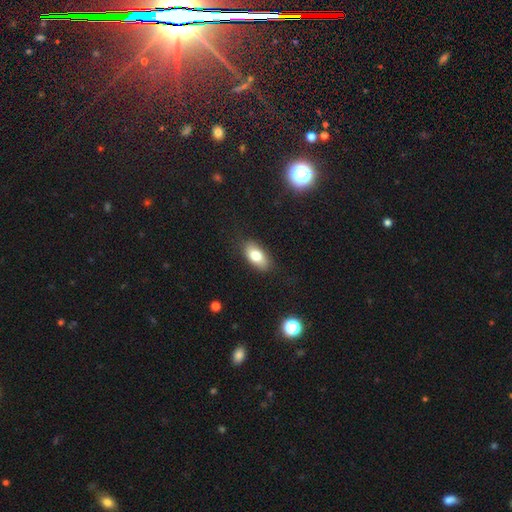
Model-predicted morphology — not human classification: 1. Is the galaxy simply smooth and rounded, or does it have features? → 78% smooth, 14% featured or disk, 8% star or artifact.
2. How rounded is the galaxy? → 90% in between, 5% cigar-shaped, 5% round.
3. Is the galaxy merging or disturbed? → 84% none, 12% minor disturbance, 3% major disturbance, 1% merger.